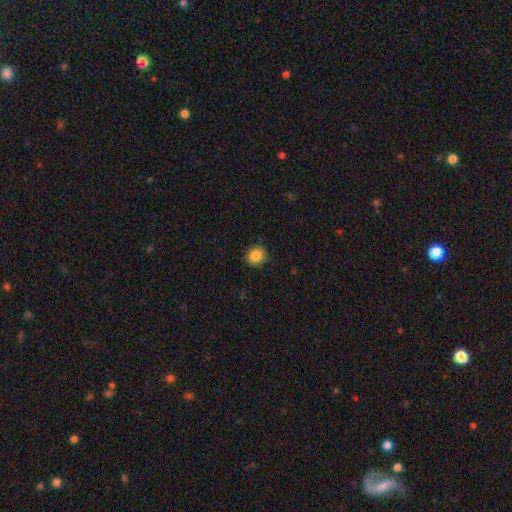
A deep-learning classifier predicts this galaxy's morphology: Smooth or featured: smooth — 86% (star or artifact — 10%)
How rounded: round — 84% (in between — 15%)
Merging: none — 89% (minor disturbance — 8%)